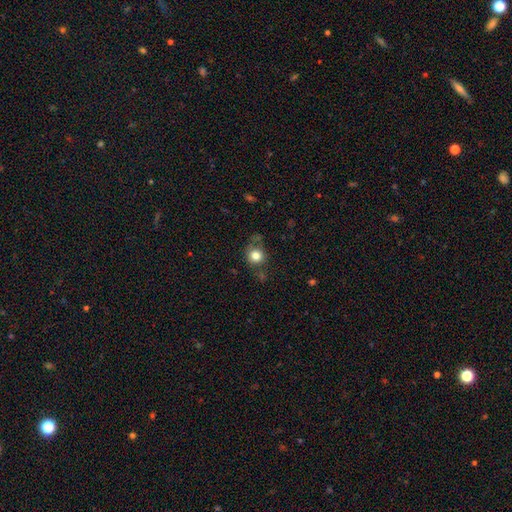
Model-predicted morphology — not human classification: The model was most divided on "merging": none: 65%, minor disturbance: 20%, major disturbance: 9%, merger: 6%. More confident: how rounded — round (86%); smooth or featured — smooth (81%).